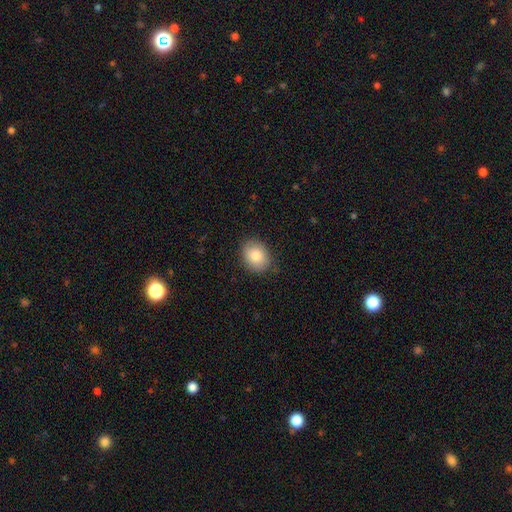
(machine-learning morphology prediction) Smooth or featured? Predicted: smooth (p=0.84). How rounded? Predicted: round (p=0.51). Merging? Predicted: none (p=0.84).